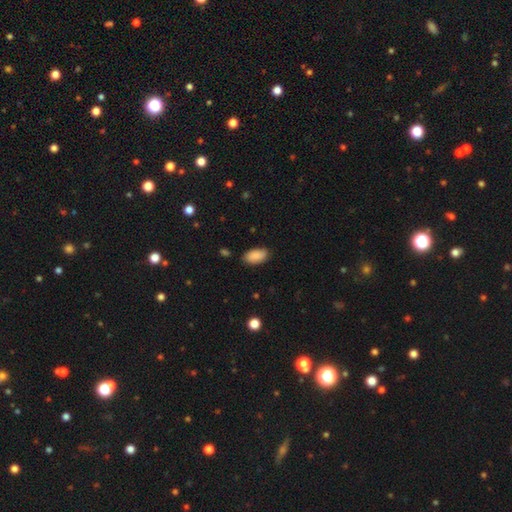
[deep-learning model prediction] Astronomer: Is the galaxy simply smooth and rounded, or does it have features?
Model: smooth — 90%.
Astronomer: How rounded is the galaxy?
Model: in between — 94%.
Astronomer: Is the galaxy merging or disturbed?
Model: none — 86%.